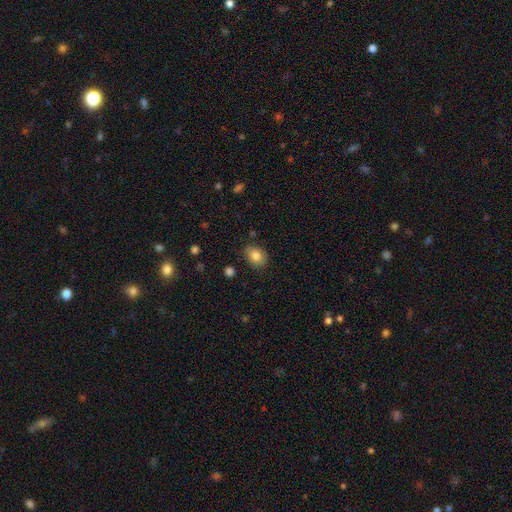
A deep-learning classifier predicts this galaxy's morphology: smooth 83%, star or artifact 9%, featured or disk 8%. Down the decision tree: how rounded — in between (66%); merging — none (83%).